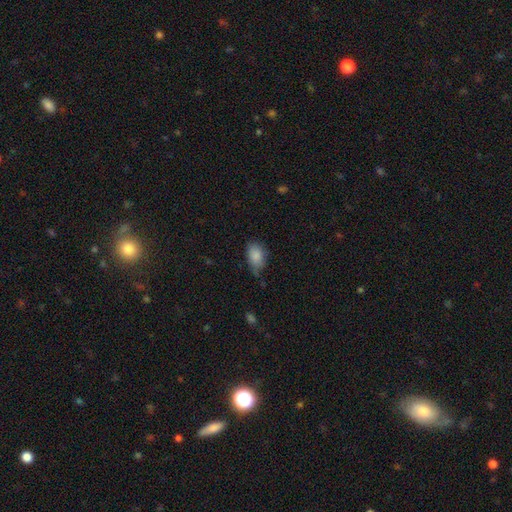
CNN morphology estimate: type=smooth (85%); roundness=in between (88%); merging=none (54%).